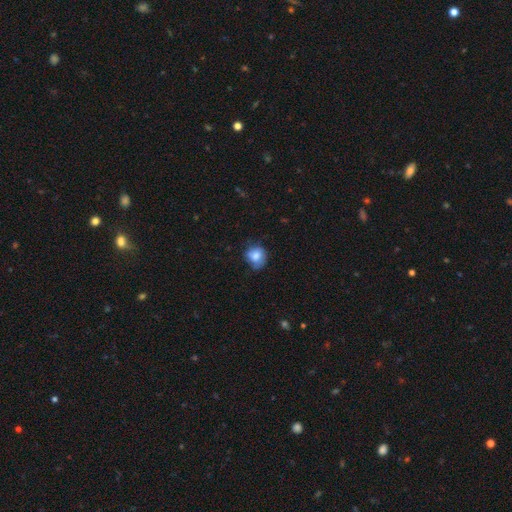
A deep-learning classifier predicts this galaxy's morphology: type=smooth (75%); roundness=round (70%); merging=none (58%).